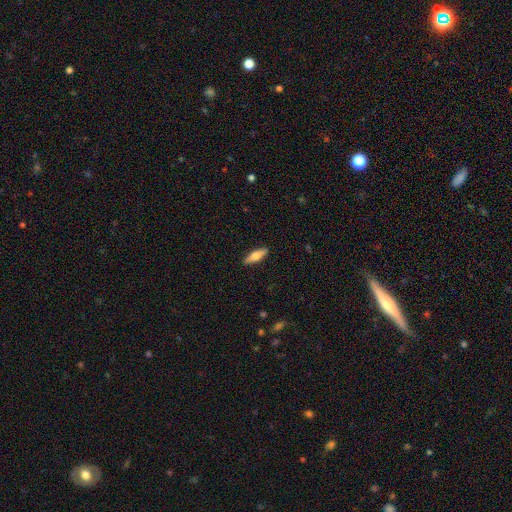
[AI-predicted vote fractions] This is possibly a smooth galaxy (56%). How rounded: possibly cigar-shaped (53%). Merging: clearly none (90%).